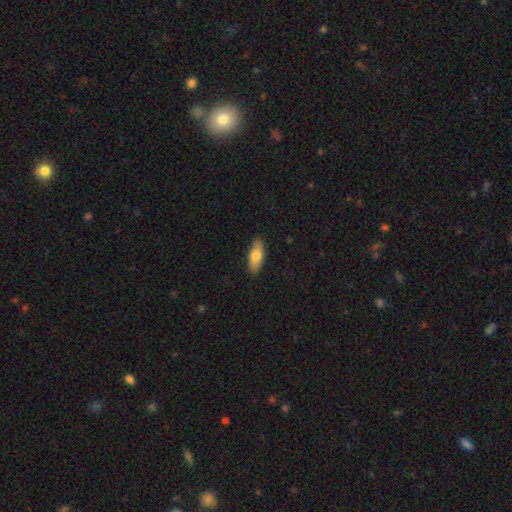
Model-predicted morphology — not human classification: smooth 76%, featured or disk 18%, star or artifact 6%. Down the decision tree: how rounded — in between (80%); merging — none (86%).